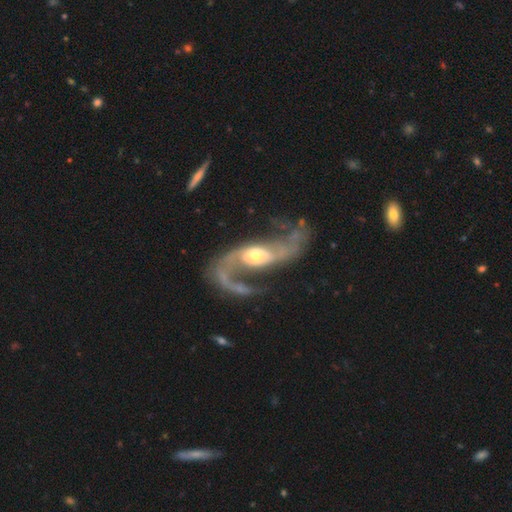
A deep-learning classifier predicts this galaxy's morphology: Q: Smooth or featured?
A: featured or disk (89%); runner-up: smooth (6%)
Q: Edge-on disk?
A: no (96%); runner-up: yes (4%)
Q: Bar?
A: no (49%); runner-up: weak (31%)
Q: Spiral arms?
A: yes (95%); runner-up: no (5%)
Q: Spiral winding?
A: loose (71%); runner-up: medium (24%)
Q: Spiral arm count?
A: 2 (90%); runner-up: 1 (5%)
Q: Bulge size?
A: moderate (56%); runner-up: small (30%)
Q: Merging?
A: none (55%); runner-up: major disturbance (24%)